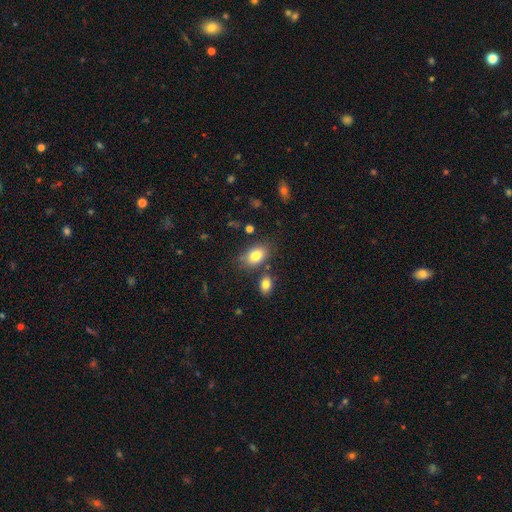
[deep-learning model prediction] Smooth or featured: smooth — 81% (featured or disk — 11%)
How rounded: in between — 84% (round — 15%)
Merging: none — 72% (minor disturbance — 14%)